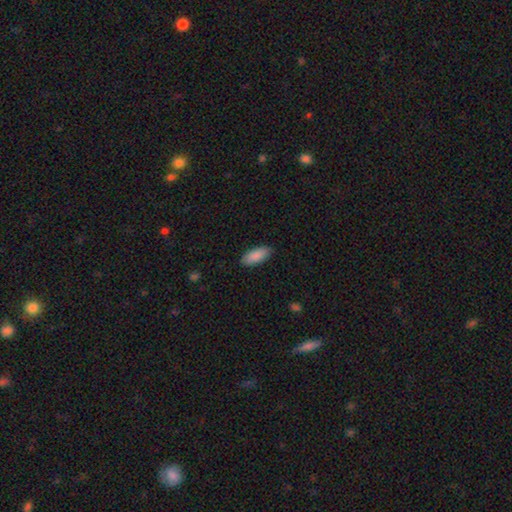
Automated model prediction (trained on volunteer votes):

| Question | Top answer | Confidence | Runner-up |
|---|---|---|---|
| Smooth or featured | smooth | 89% | star or artifact (6%) |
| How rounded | in between | 81% | cigar-shaped (17%) |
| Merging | none | 87% | minor disturbance (10%) |